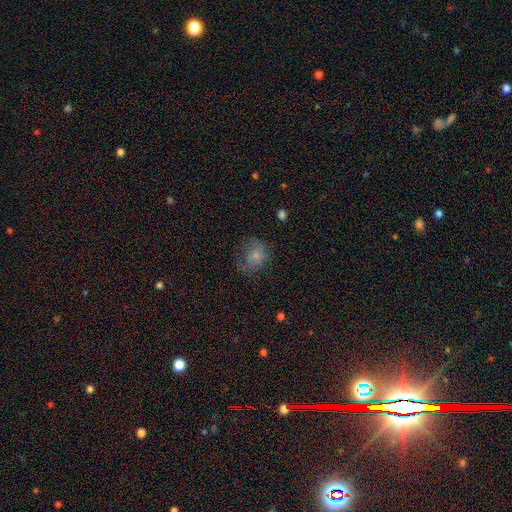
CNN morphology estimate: Q: Smooth or featured?
A: smooth (67%); runner-up: featured or disk (22%)
Q: How rounded?
A: round (57%); runner-up: in between (42%)
Q: Merging?
A: none (43%); runner-up: major disturbance (28%)